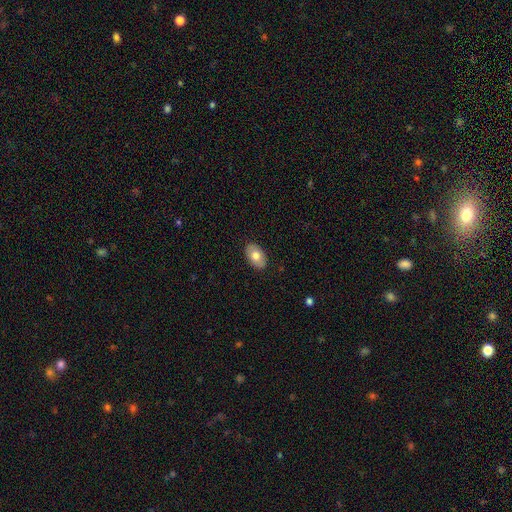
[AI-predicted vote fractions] Smooth or featured?
  - smooth: 74% *
  - featured or disk: 20%
  - star or artifact: 6%
How rounded?
  - in between: 91% *
  - round: 8%
  - cigar-shaped: 1%
Merging?
  - none: 88% *
  - minor disturbance: 9%
  - major disturbance: 2%
  - merger: 1%